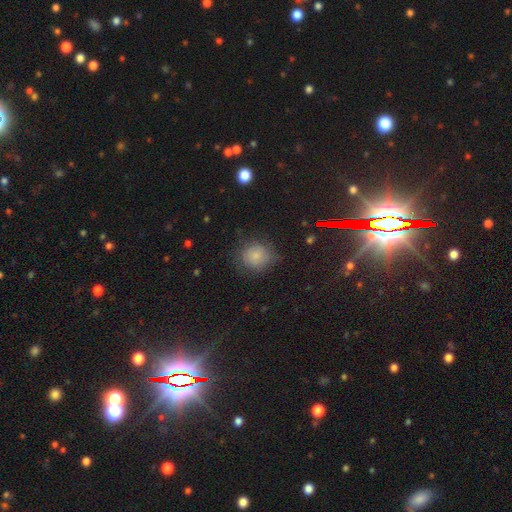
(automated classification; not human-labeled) This is likely a smooth galaxy (78%). How rounded: clearly round (81%). Merging: likely none (69%).